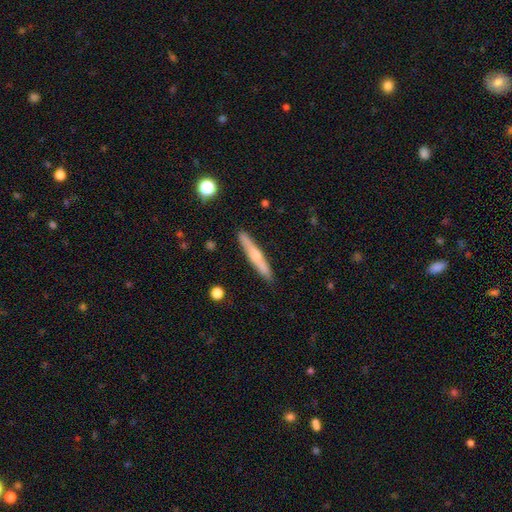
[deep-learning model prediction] smooth-or-featured: featured or disk: 49% | smooth: 45% | star or artifact: 6%
  merging: none: 88% | minor disturbance: 8% | merger: 2% | major disturbance: 2%